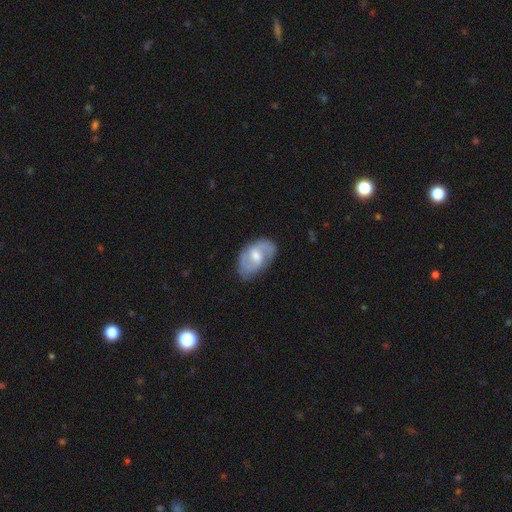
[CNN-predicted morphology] featured or disk 68%, smooth 27%, star or artifact 6%. Down the decision tree: edge-on disk — no (96%); bar — weak (57%); spiral arms — yes (84%); spiral arm count — 2 (77%); spiral winding — medium (47%); bulge size — moderate (61%); merging — none (72%).